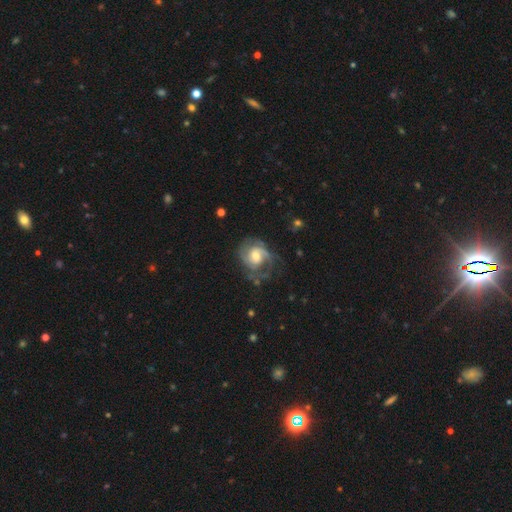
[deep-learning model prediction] A featured or disk galaxy (81%) with no bar (55%), 2 (55%) medium (44%) spiral arms (93%) and a moderate central bulge (59%). Merging: none (57%).